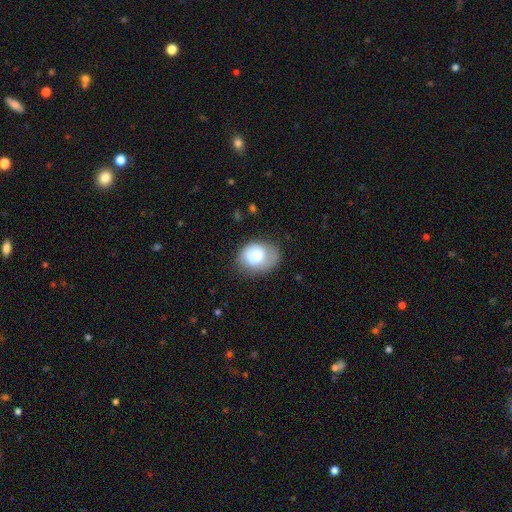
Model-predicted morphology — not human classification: type=smooth (73%); roundness=in between (59%); merging=none (55%).